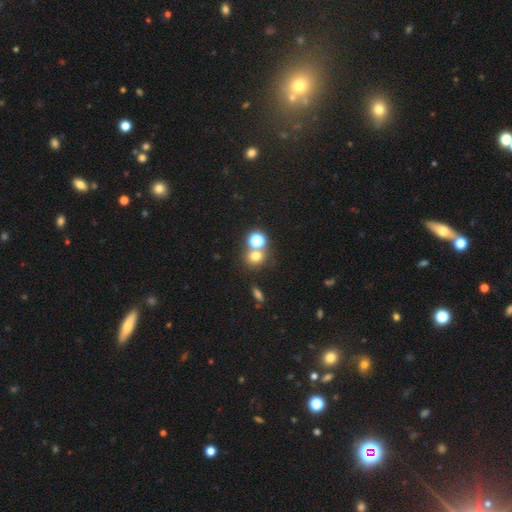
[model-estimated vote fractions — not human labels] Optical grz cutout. It shows a smooth galaxy with no disk features (68%) that is round (78%). Merging: none (58%).